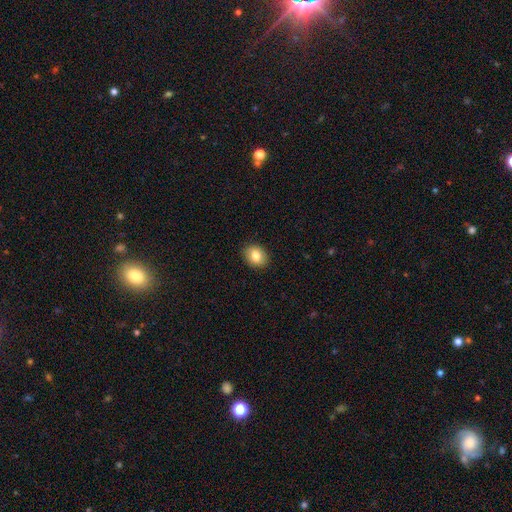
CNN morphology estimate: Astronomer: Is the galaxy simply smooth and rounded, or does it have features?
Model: smooth — 83%.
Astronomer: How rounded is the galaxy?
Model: in between — 57% (runner-up: round, 42%).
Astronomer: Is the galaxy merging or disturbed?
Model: none — 90%.